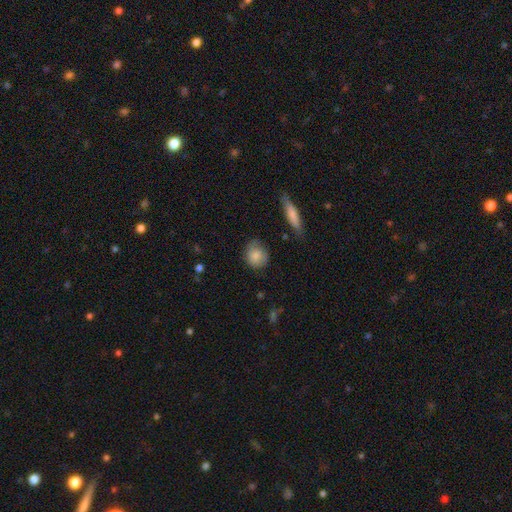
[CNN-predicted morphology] smooth-or-featured: smooth: 79% | featured or disk: 14% | star or artifact: 7%
  how-rounded: round: 74% | in between: 24% | cigar-shaped: 2%
  merging: none: 69% | minor disturbance: 24% | major disturbance: 5% | merger: 2%